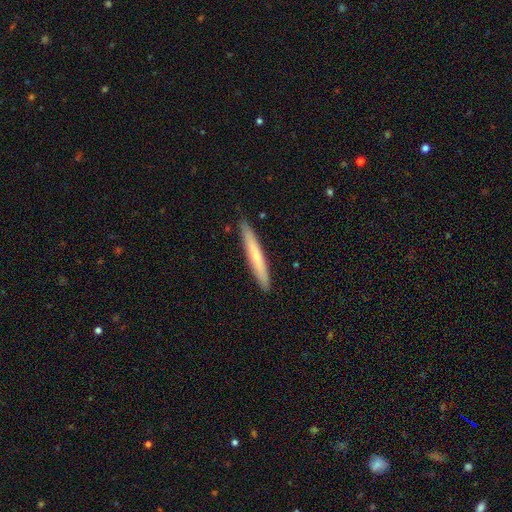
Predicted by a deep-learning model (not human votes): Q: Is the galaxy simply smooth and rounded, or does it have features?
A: smooth — 57%.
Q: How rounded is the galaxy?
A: cigar-shaped — 96%.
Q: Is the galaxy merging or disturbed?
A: none — 90%.